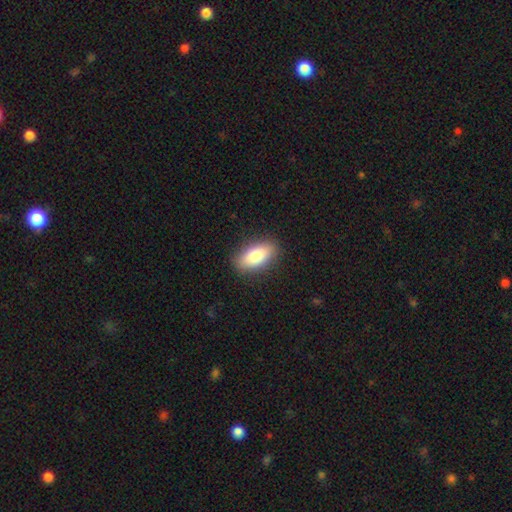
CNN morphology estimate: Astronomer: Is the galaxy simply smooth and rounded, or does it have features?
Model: smooth — 85%.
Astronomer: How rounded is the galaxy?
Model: in between — 89%.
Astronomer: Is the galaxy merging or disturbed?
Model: none — 87%.